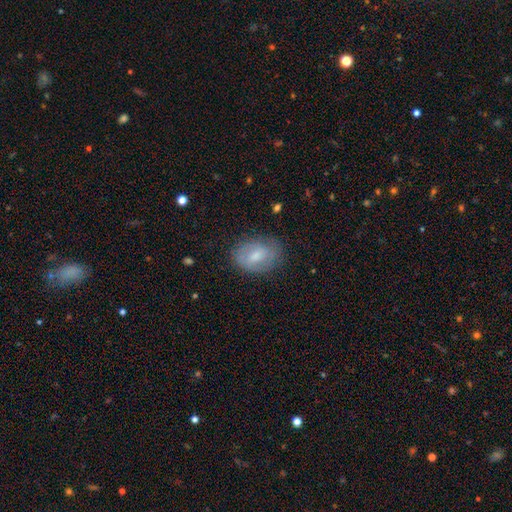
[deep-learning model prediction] Smooth or featured?
  - smooth: 58% *
  - featured or disk: 34%
  - star or artifact: 8%
How rounded?
  - in between: 76% *
  - round: 23%
  - cigar-shaped: 1%
Merging?
  - none: 73% *
  - minor disturbance: 20%
  - major disturbance: 6%
  - merger: 1%